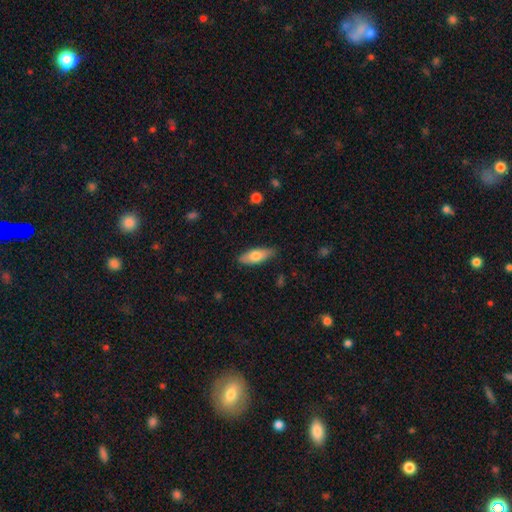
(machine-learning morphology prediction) This is likely a smooth galaxy (71%). How rounded: likely in between (69%). Merging: clearly none (85%).